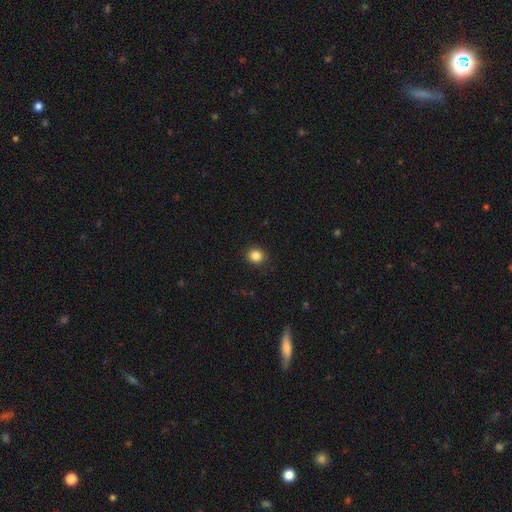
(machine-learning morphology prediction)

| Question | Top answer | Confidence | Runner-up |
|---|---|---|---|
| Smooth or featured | smooth | 85% | star or artifact (11%) |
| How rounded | round | 88% | in between (11%) |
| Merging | none | 91% | minor disturbance (6%) |